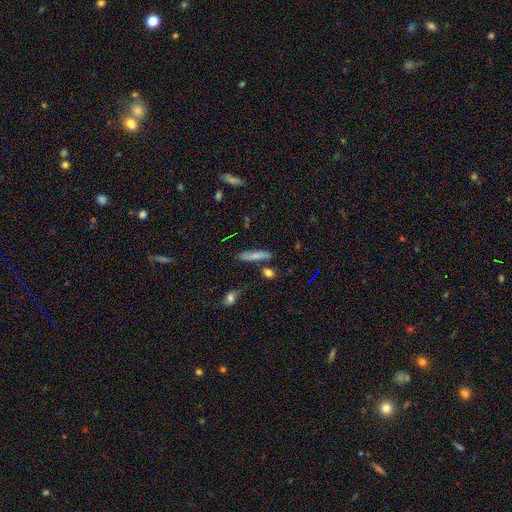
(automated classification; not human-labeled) Smooth or featured? smooth (70%)
How rounded? cigar-shaped (78%)
Merging? none (75%)